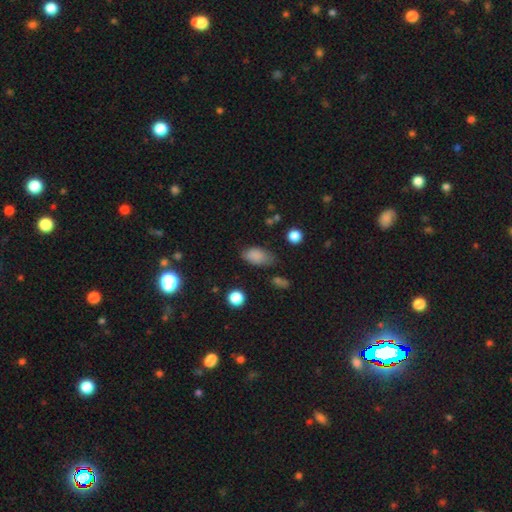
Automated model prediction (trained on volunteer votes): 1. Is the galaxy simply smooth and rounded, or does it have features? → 82% smooth, 11% star or artifact, 7% featured or disk.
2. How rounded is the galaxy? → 90% in between, 7% round, 3% cigar-shaped.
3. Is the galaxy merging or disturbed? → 57% none, 31% minor disturbance, 9% major disturbance, 4% merger.